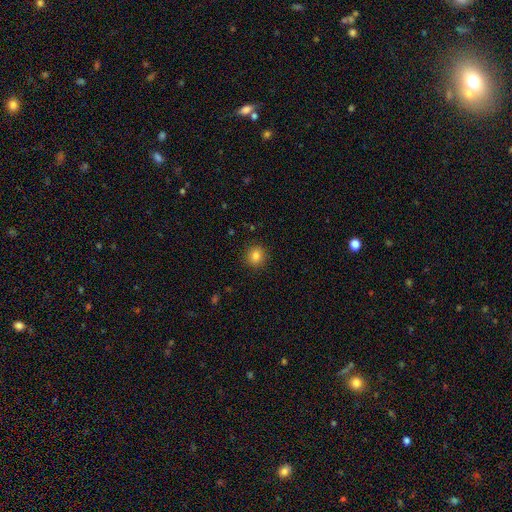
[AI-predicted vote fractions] A smooth galaxy with no disk features (83%) that is round (86%). Merging: none (91%).